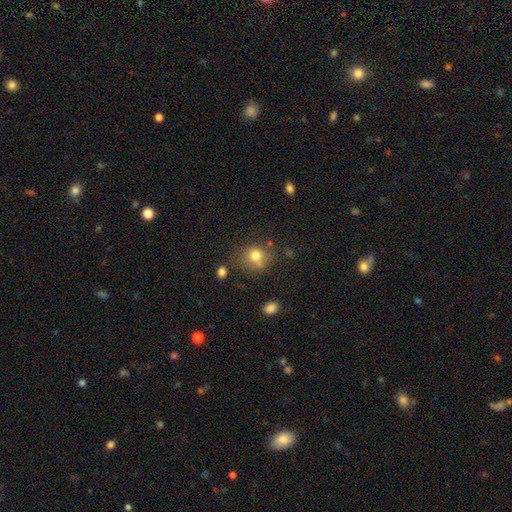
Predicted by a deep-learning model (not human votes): This appears to be a smooth galaxy with no disk features (76%) that is round (72%). Merging: none (60%).